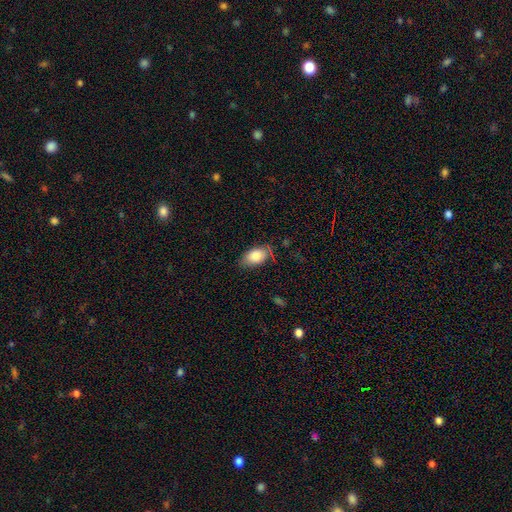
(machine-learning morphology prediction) Overall: smooth (82%). How rounded: in between (92%). Merging: none (72%).